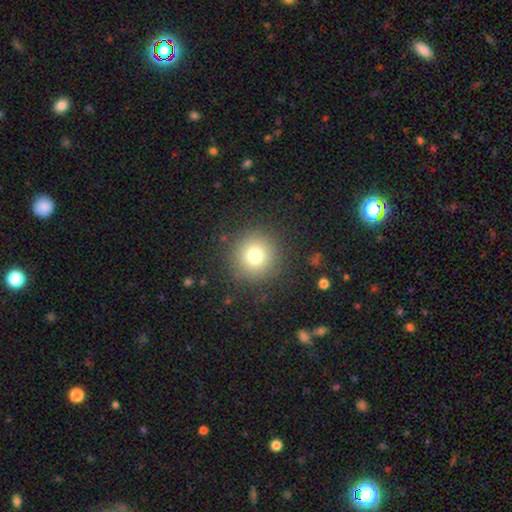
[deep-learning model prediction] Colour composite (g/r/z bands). It shows a smooth galaxy with no disk features (76%) that is round (95%). Merging: none (90%).